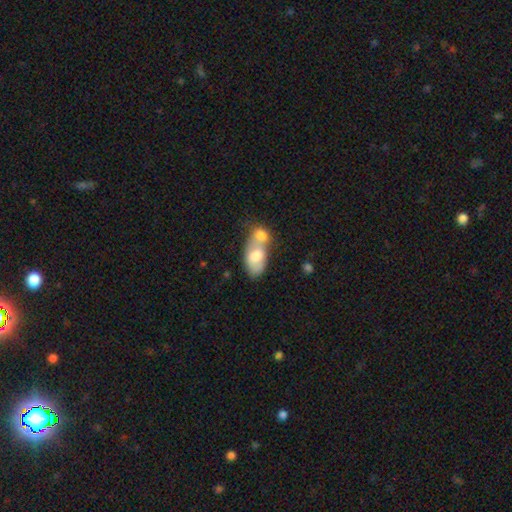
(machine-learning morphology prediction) This appears to be a smooth galaxy with no disk features (66%) that is in between round and cigar-shaped (89%). Merging: merger (71%).